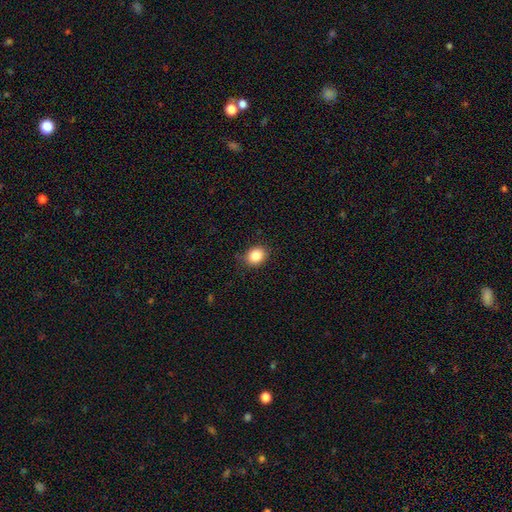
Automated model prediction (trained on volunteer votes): Q: Smooth or featured?
A: smooth (85%); runner-up: star or artifact (10%)
Q: How rounded?
A: round (53%); runner-up: in between (46%)
Q: Merging?
A: none (83%); runner-up: minor disturbance (13%)